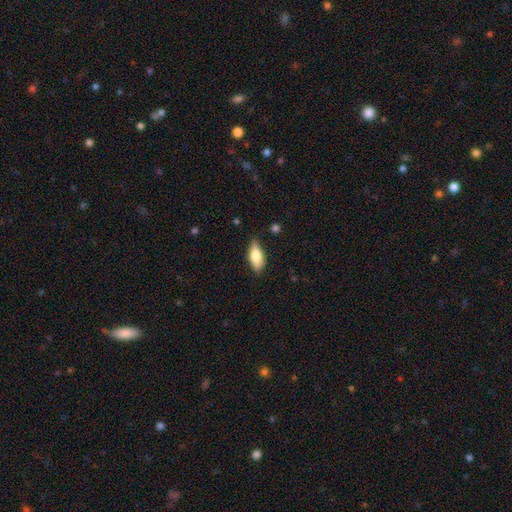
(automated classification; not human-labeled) Morphology: type=smooth (71%); roundness=in between (81%); merging=none (75%).